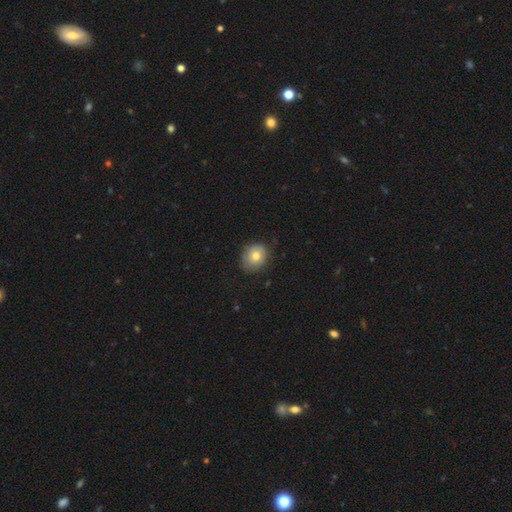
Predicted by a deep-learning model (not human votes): Smooth or featured?
  - smooth: 77% *
  - featured or disk: 14%
  - star or artifact: 9%
How rounded?
  - round: 67% *
  - in between: 33%
  - cigar-shaped: 1%
Merging?
  - none: 78% *
  - minor disturbance: 17%
  - major disturbance: 3%
  - merger: 1%